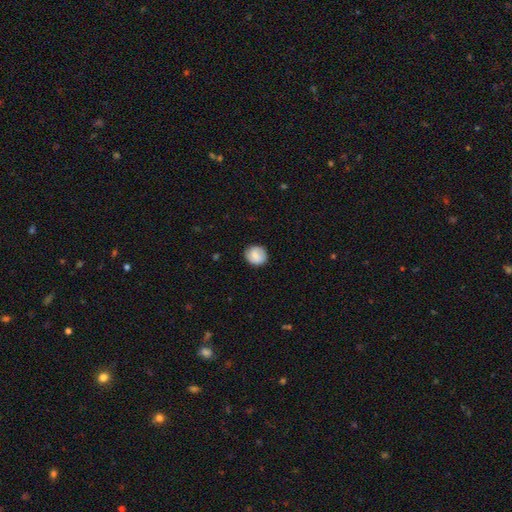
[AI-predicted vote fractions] Smooth or featured: smooth — 74% (featured or disk — 19%)
How rounded: round — 82% (in between — 17%)
Merging: none — 83% (minor disturbance — 13%)